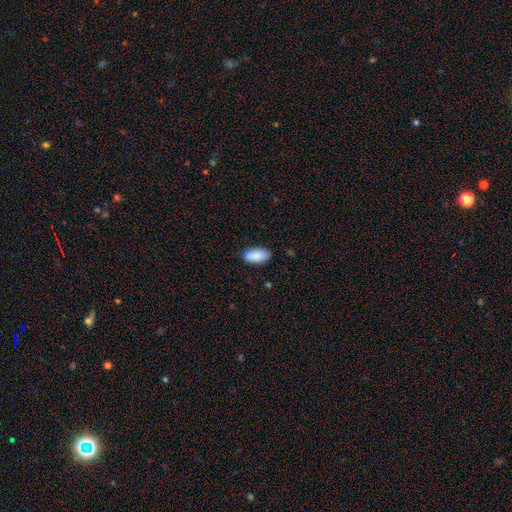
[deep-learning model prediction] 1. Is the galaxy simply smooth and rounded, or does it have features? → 89% smooth, 6% star or artifact, 5% featured or disk.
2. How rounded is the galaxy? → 92% in between, 5% cigar-shaped, 3% round.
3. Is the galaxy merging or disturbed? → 84% none, 12% minor disturbance, 2% major disturbance, 1% merger.